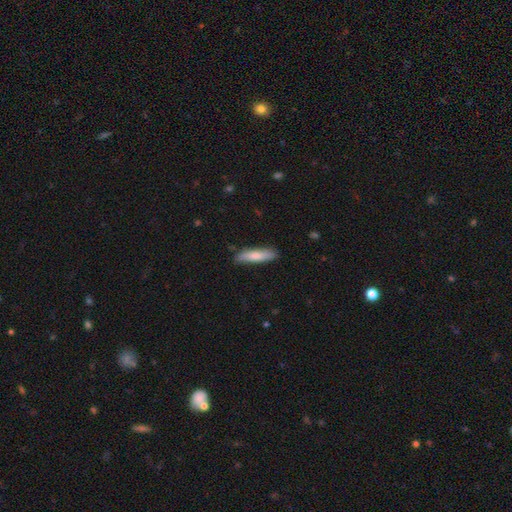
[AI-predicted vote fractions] smooth_or_featured: smooth (p=0.77) [alt: featured or disk p=0.18]
how_rounded: cigar-shaped (p=0.75) [alt: in between p=0.24]
merging: none (p=0.84) [alt: minor disturbance p=0.13]